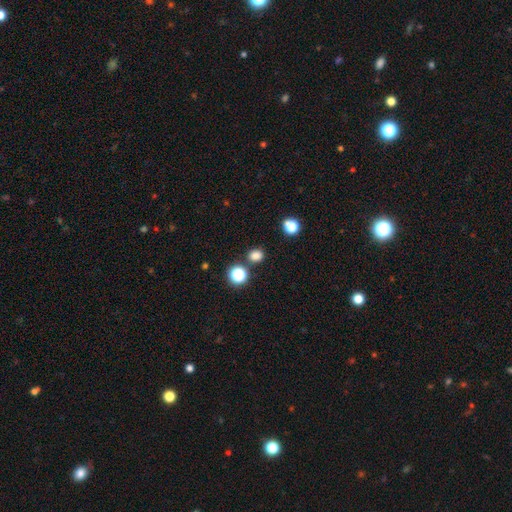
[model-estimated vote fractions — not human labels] Smooth or featured?
  - smooth: 79% *
  - star or artifact: 17%
  - featured or disk: 4%
How rounded?
  - round: 70% *
  - in between: 29%
  - cigar-shaped: 1%
Merging?
  - none: 83% *
  - minor disturbance: 8%
  - merger: 6%
  - major disturbance: 3%